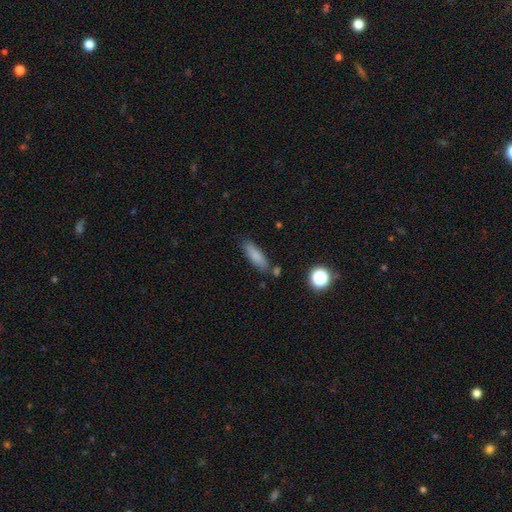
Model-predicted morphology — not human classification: A smooth galaxy with no disk features (82%) that is cigar-shaped (52%).

Vote fractions:
- Smooth or featured? smooth: 82% / featured or disk: 9% / star or artifact: 8%
- How rounded? cigar-shaped: 52% / in between: 46% / round: 2%
- Merging? none: 77% / minor disturbance: 14% / merger: 6% / major disturbance: 3%